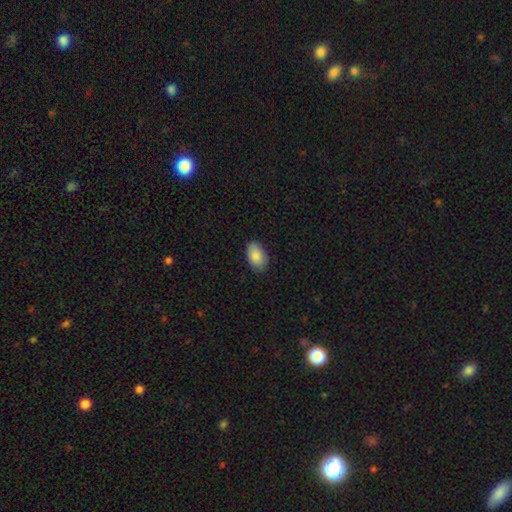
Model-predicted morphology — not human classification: smooth 86%, featured or disk 7%, star or artifact 7%. Down the decision tree: how rounded — in between (92%); merging — none (82%).